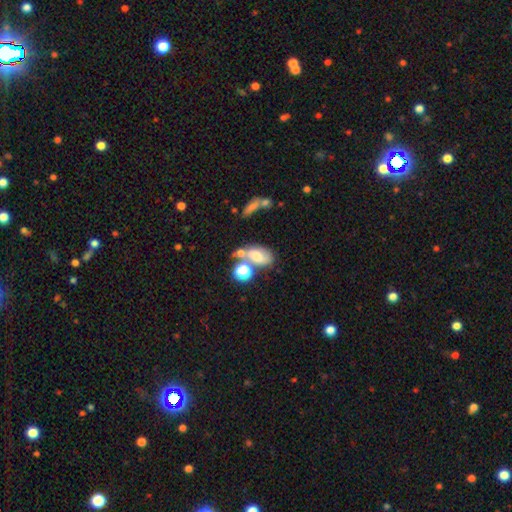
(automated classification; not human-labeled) Q: Smooth or featured?
A: smooth (58%); runner-up: featured or disk (27%)
Q: How rounded?
A: in between (78%); runner-up: round (19%)
Q: Merging?
A: merger (37%); runner-up: none (35%)